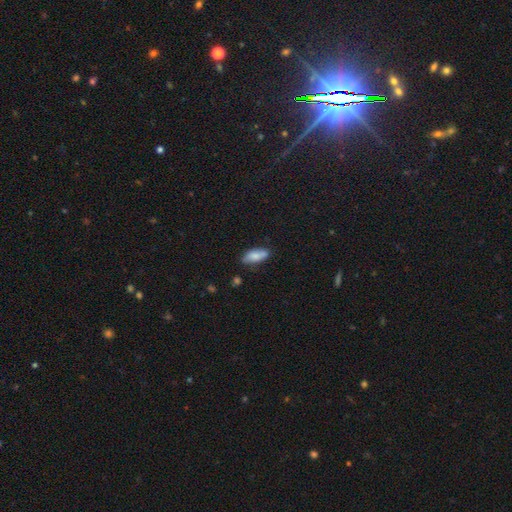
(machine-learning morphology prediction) Overall: smooth (80%). How rounded: in between (80%). Merging: none (71%).